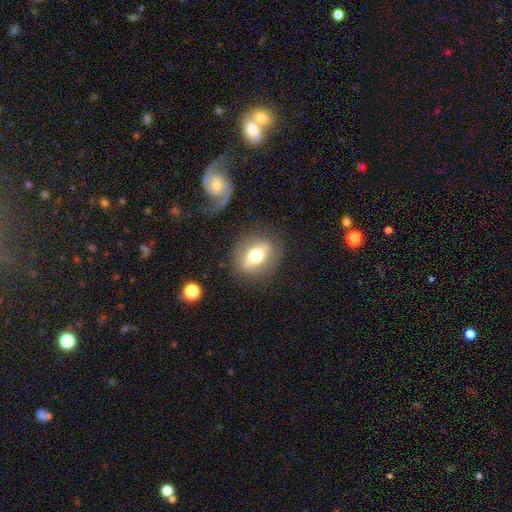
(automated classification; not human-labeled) Q: Smooth or featured?
A: smooth (48%); runner-up: featured or disk (45%)
Q: Merging?
A: none (80%); runner-up: minor disturbance (12%)